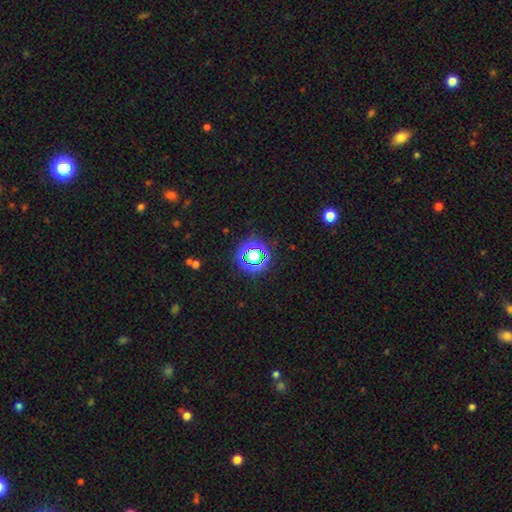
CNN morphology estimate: star or artifact 61%, smooth 28%, featured or disk 11%.